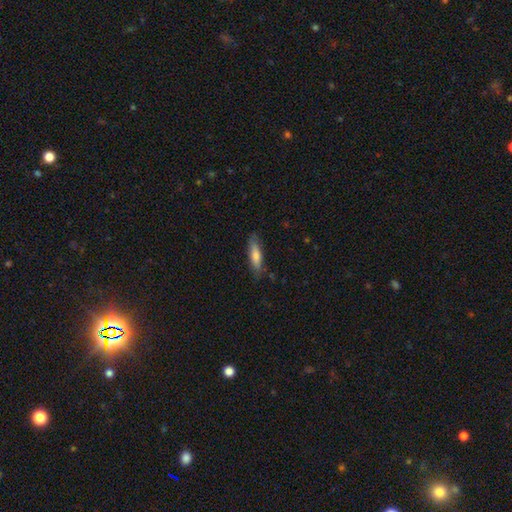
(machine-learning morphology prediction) type=smooth (74%); roundness=cigar-shaped (63%); merging=none (79%).